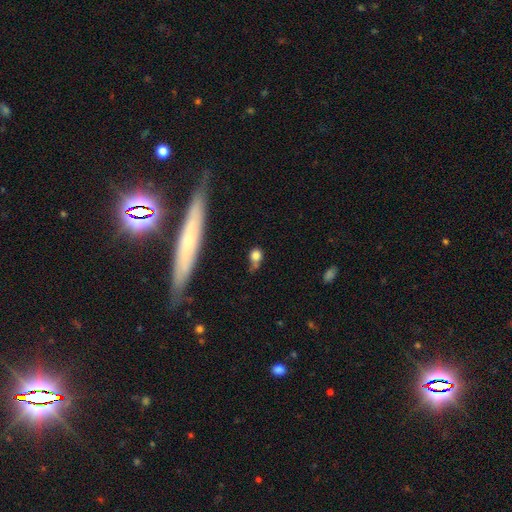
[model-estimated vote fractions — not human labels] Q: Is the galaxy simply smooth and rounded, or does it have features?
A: smooth — 76%.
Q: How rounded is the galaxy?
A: round — 57%.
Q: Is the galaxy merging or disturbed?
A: none — 45%.